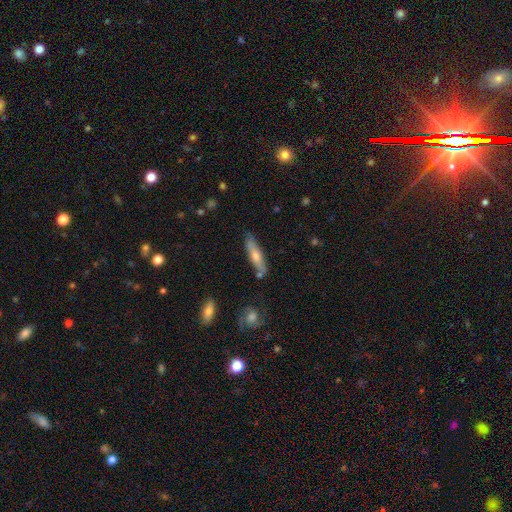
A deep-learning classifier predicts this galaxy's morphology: A smooth galaxy with no disk features (61%) that is cigar-shaped (77%). Merging: none (77%).